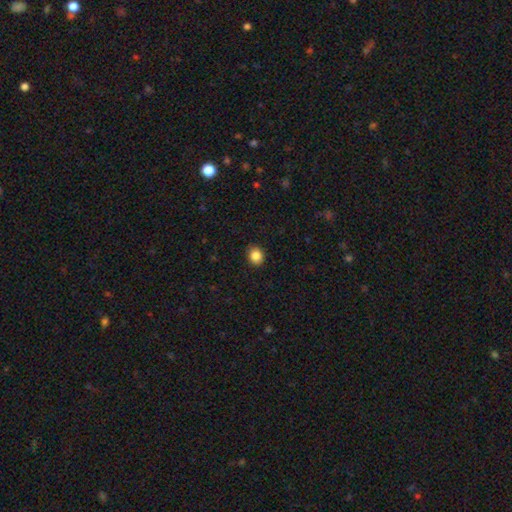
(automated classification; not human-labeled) Smooth or featured? smooth (86%)
How rounded? round (69%)
Merging? none (89%)